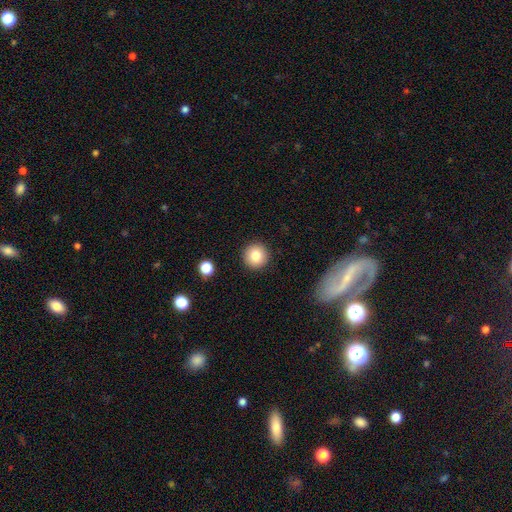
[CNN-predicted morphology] A smooth galaxy with no disk features (81%) that is round (96%).

Vote fractions:
- Smooth or featured? smooth: 81% / star or artifact: 10% / featured or disk: 9%
- How rounded? round: 96% / in between: 3% / cigar-shaped: 1%
- Merging? none: 92% / minor disturbance: 5% / major disturbance: 2% / merger: 1%